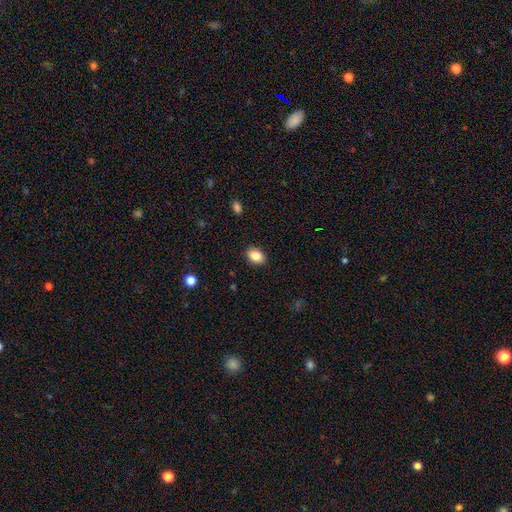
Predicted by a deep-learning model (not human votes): Smooth or featured?
  - smooth: 85% *
  - star or artifact: 8%
  - featured or disk: 6%
How rounded?
  - in between: 73% *
  - round: 26%
  - cigar-shaped: 1%
Merging?
  - none: 89% *
  - minor disturbance: 8%
  - major disturbance: 2%
  - merger: 1%